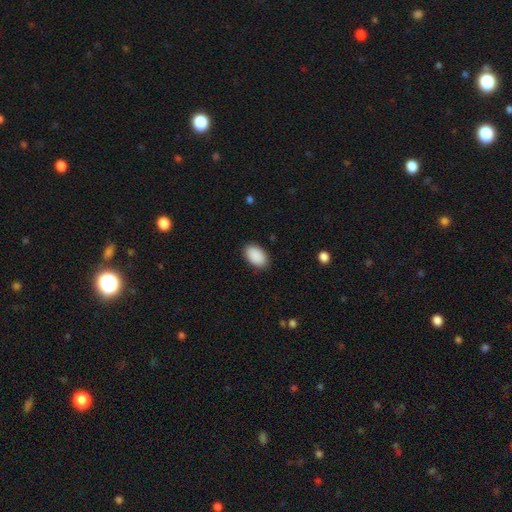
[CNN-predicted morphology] Overall: smooth (91%). How rounded: in between (93%). Merging: none (89%).